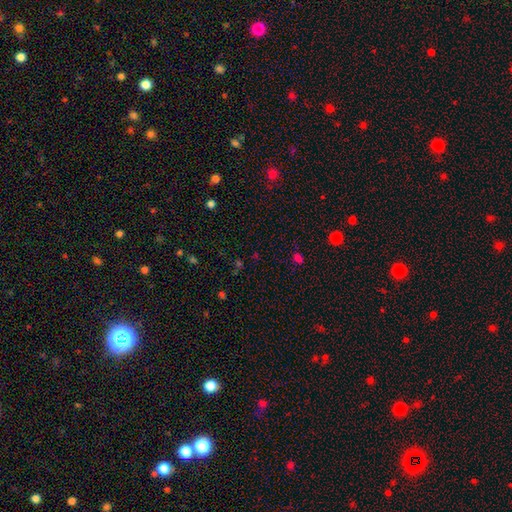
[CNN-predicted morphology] A star or artifact, not a galaxy (54%).

Vote fractions:
- Smooth or featured? star or artifact: 54% / smooth: 39% / featured or disk: 8%